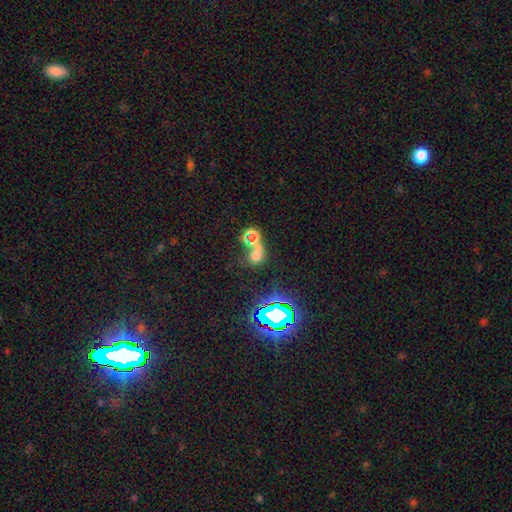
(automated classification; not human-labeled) smooth 53%, star or artifact 32%, featured or disk 15%. Down the decision tree: how rounded — round (66%); merging — merger (51%).